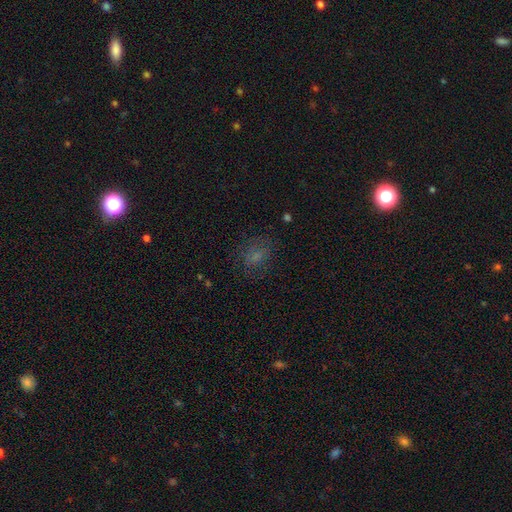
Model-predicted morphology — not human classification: Smooth or featured? Predicted: smooth (p=0.61). How rounded? Predicted: in between (p=0.66). Merging? Predicted: none (p=0.67).